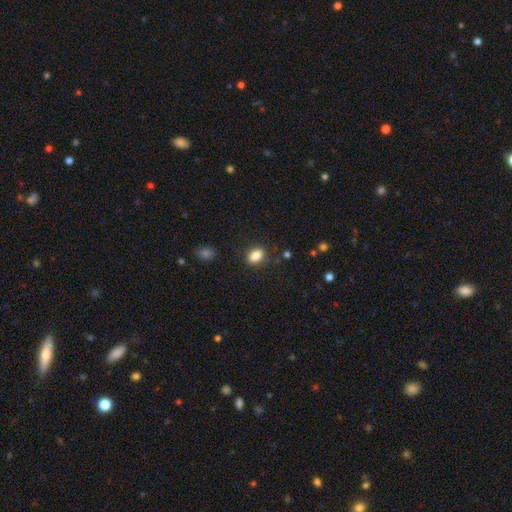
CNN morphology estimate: Overall: smooth (86%). How rounded: in between (72%). Merging: none (85%).